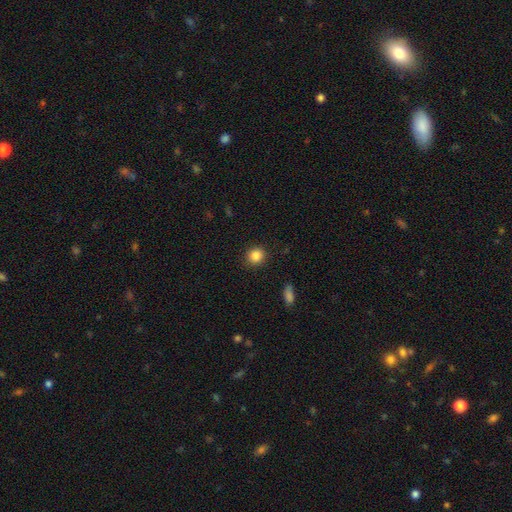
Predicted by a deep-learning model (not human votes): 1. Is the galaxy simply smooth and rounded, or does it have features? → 86% smooth, 10% star or artifact, 4% featured or disk.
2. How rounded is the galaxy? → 83% round, 16% in between, 1% cigar-shaped.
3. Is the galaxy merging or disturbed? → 88% none, 8% minor disturbance, 3% major disturbance, 1% merger.